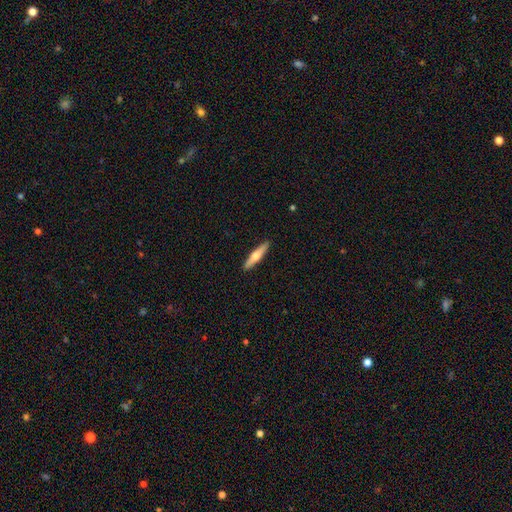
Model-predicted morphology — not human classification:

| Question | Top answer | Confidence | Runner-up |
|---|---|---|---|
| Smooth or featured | smooth | 53% | featured or disk (42%) |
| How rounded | cigar-shaped | 86% | in between (12%) |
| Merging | none | 91% | minor disturbance (6%) |